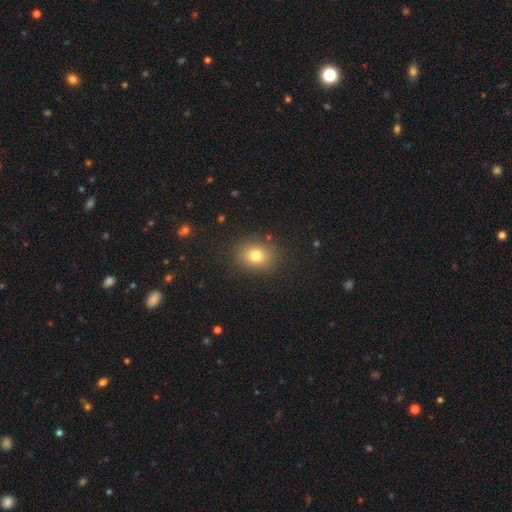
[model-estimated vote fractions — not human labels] Q: Smooth or featured?
A: smooth (79%); runner-up: star or artifact (12%)
Q: How rounded?
A: in between (55%); runner-up: round (44%)
Q: Merging?
A: none (86%); runner-up: minor disturbance (9%)